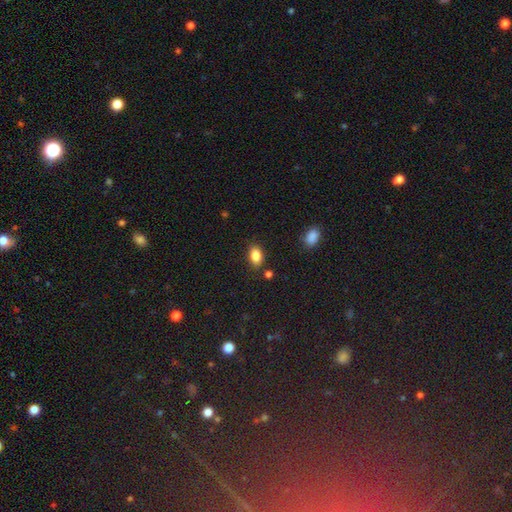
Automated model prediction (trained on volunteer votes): This appears to be a smooth galaxy with no disk features (85%) that is in between round and cigar-shaped (85%). Merging: none (82%).